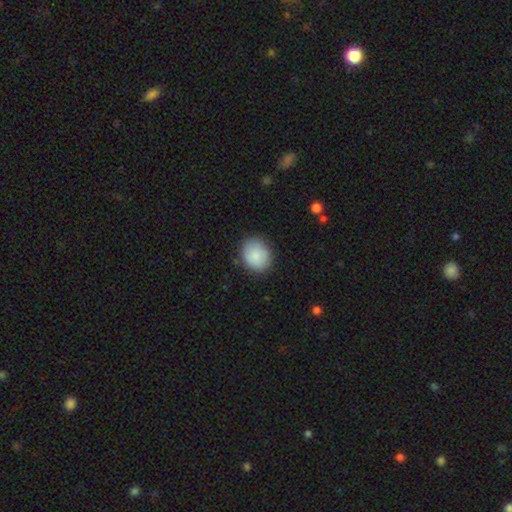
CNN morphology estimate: This appears to be a smooth galaxy with no disk features (85%) that is round (61%). Merging: none (83%).